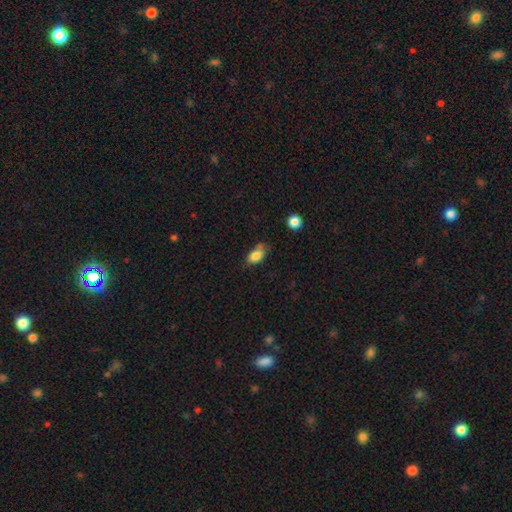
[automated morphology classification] Smooth or featured?
  - smooth: 82% *
  - star or artifact: 9%
  - featured or disk: 9%
How rounded?
  - in between: 88% *
  - round: 8%
  - cigar-shaped: 4%
Merging?
  - none: 50% *
  - minor disturbance: 30%
  - merger: 11%
  - major disturbance: 9%